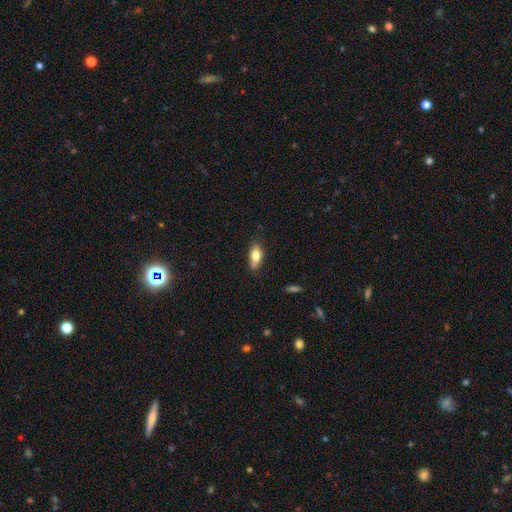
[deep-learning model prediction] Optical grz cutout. It shows a smooth galaxy with no disk features (77%) that is in between round and cigar-shaped (85%). Merging: none (63%).